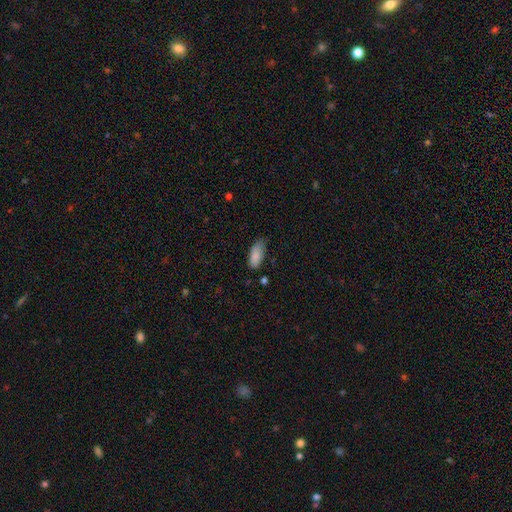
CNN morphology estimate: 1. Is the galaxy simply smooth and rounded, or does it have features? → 87% smooth, 7% star or artifact, 6% featured or disk.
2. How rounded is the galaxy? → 84% in between, 14% cigar-shaped, 2% round.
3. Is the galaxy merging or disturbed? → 66% none, 27% minor disturbance, 5% major disturbance, 2% merger.